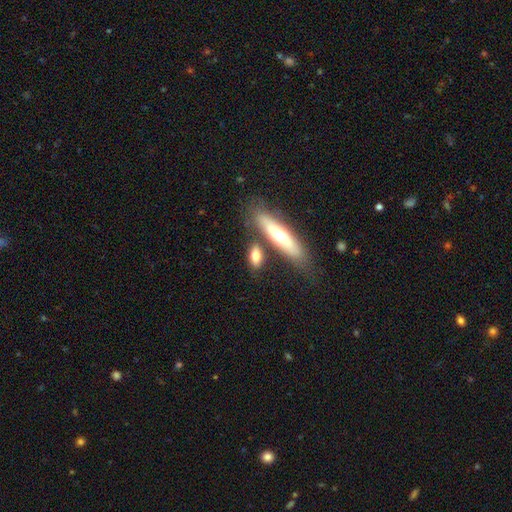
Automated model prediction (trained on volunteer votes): Smooth or featured: smooth — 71% (featured or disk — 23%)
How rounded: in between — 59% (cigar-shaped — 35%)
Merging: none — 66% (merger — 17%)